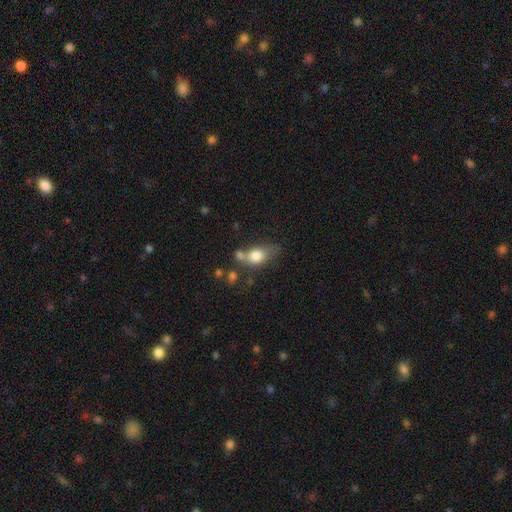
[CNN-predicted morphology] Smooth or featured? Predicted: smooth (p=0.76). How rounded? Predicted: in between (p=0.71). Merging? Predicted: none (p=0.38).